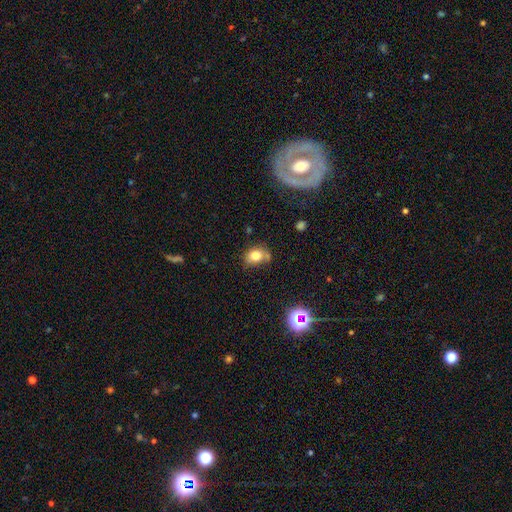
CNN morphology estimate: type=smooth (79%); roundness=in between (62%); merging=none (57%).